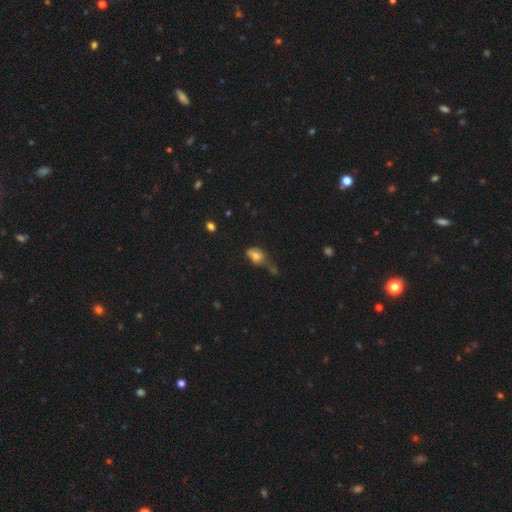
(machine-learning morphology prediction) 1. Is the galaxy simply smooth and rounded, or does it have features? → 71% smooth, 17% featured or disk, 12% star or artifact.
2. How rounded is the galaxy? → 67% in between, 30% round, 3% cigar-shaped.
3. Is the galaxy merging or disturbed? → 31% none, 28% minor disturbance, 21% major disturbance, 20% merger.